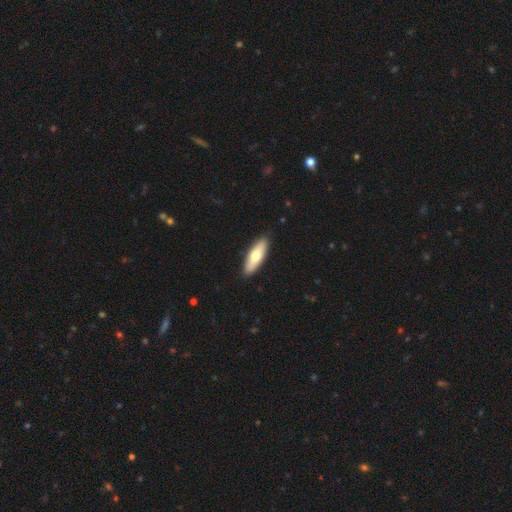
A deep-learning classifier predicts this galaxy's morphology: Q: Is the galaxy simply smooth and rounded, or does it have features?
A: smooth — 68%.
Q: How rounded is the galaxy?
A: in between — 54%.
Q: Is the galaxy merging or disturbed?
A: none — 90%.